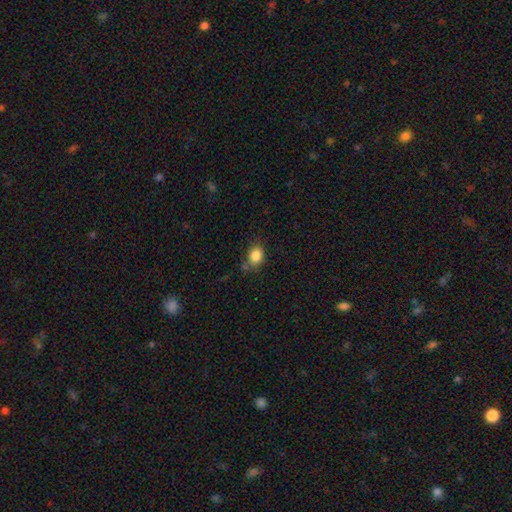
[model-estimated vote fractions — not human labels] Smooth or featured?
  - smooth: 85% *
  - star or artifact: 10%
  - featured or disk: 5%
How rounded?
  - round: 50% *
  - in between: 49%
  - cigar-shaped: 1%
Merging?
  - none: 64% *
  - minor disturbance: 23%
  - major disturbance: 7%
  - merger: 7%